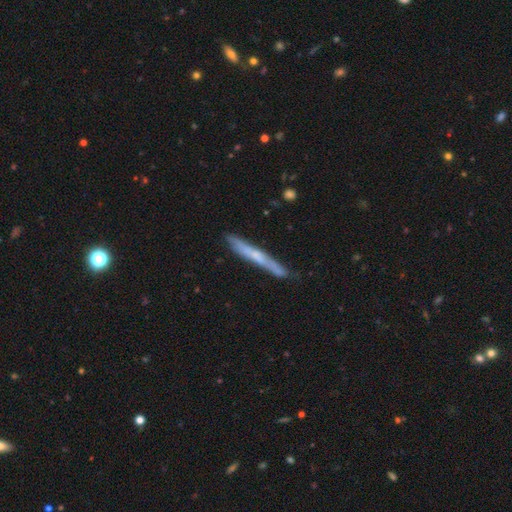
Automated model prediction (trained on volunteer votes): Smooth or featured? Predicted: featured or disk (p=0.52). Edge-on disk? Predicted: yes (p=0.92). Merging? Predicted: none (p=0.83).